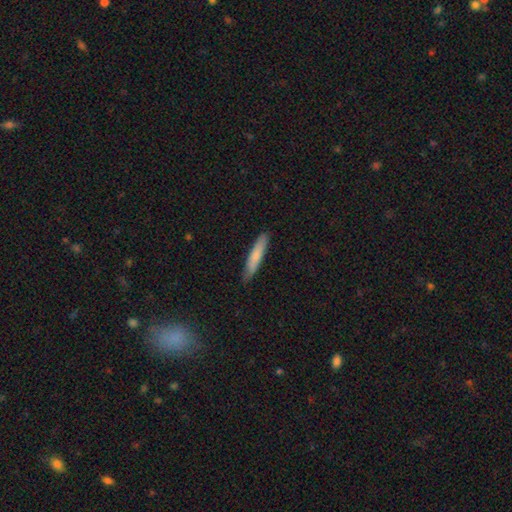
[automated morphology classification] A smooth galaxy with no disk features (77%) that is cigar-shaped (90%). Merging: none (87%).